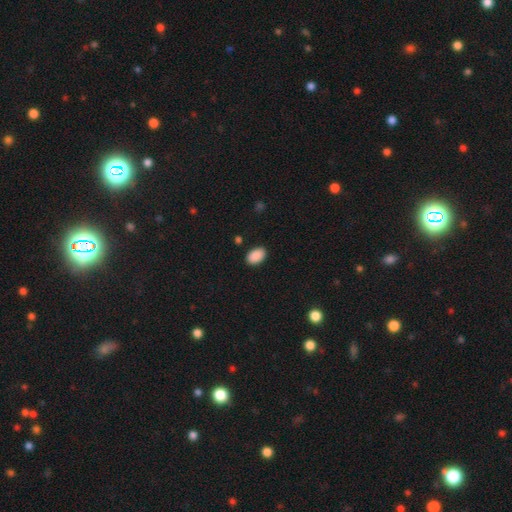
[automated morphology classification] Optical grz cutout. It shows a smooth galaxy with no disk features (90%) that is in between round and cigar-shaped (90%). Merging: none (89%).